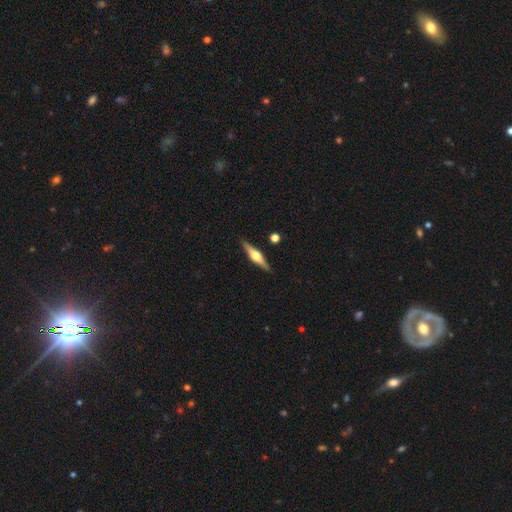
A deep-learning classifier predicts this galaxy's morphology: type=featured or disk (71%); edge-on=yes (97%); edge-on bulge=rounded (91%); merging=none (89%).